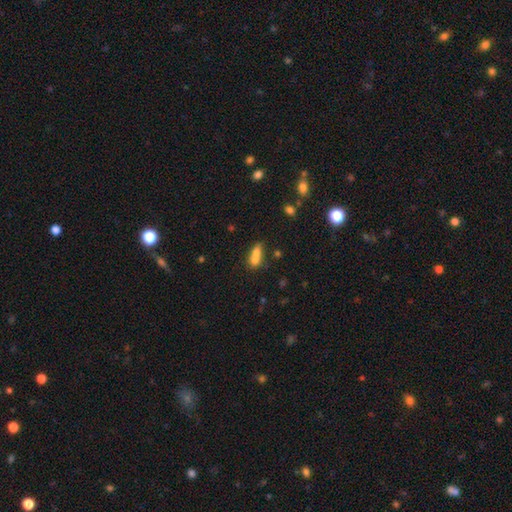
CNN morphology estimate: Smooth or featured? smooth (69%)
How rounded? in between (65%)
Merging? merger (60%)